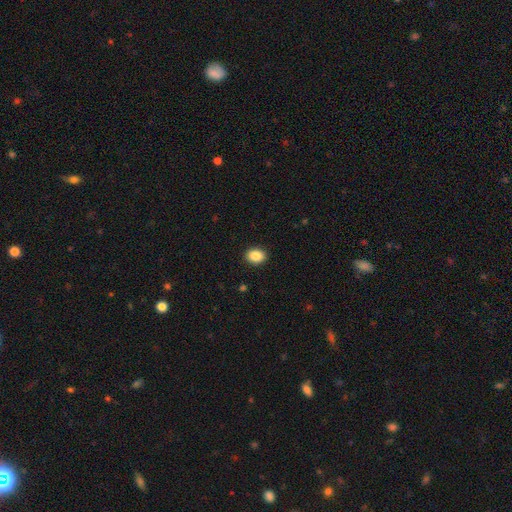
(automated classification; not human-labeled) Smooth or featured? smooth (88%)
How rounded? in between (60%)
Merging? none (91%)